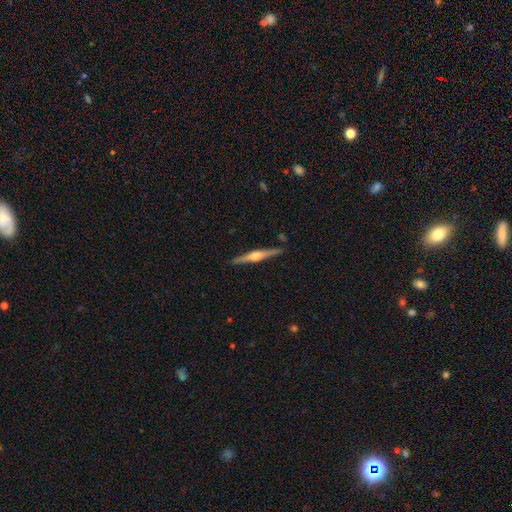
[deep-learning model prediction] This is likely a featured or disk galaxy (76%). It is clearly viewed edge-on (98%). Edge-on bulge: clearly rounded (90%). Merging: clearly none (90%).